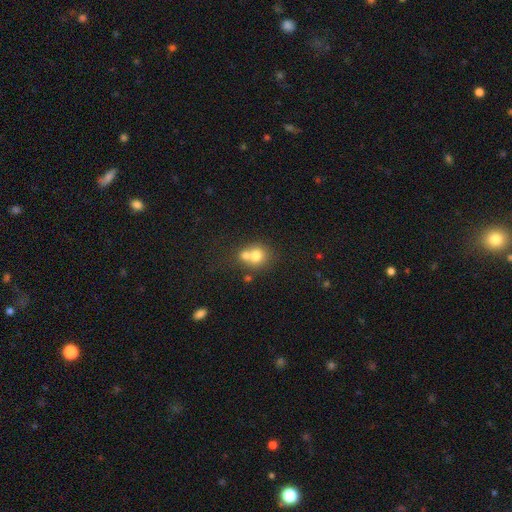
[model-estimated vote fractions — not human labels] Smooth or featured?
  - smooth: 72% *
  - featured or disk: 17%
  - star or artifact: 11%
How rounded?
  - round: 80% *
  - in between: 19%
  - cigar-shaped: 1%
Merging?
  - merger: 56% *
  - none: 35%
  - minor disturbance: 6%
  - major disturbance: 3%